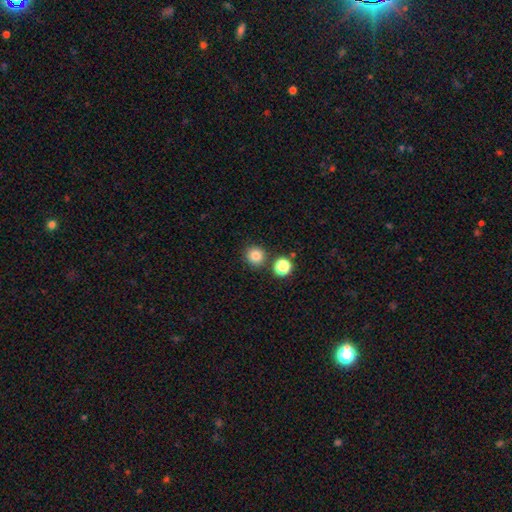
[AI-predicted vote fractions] Smooth or featured?
  - smooth: 82% *
  - star or artifact: 13%
  - featured or disk: 5%
How rounded?
  - round: 93% *
  - in between: 6%
  - cigar-shaped: 1%
Merging?
  - none: 84% *
  - merger: 7%
  - minor disturbance: 7%
  - major disturbance: 2%